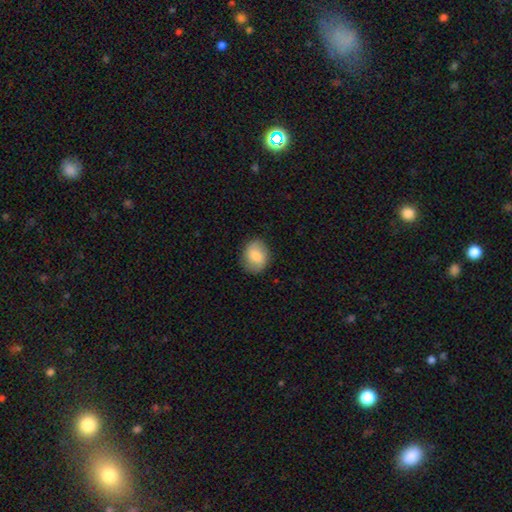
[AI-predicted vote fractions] This is likely a smooth galaxy (74%). How rounded: likely round (67%). Merging: clearly none (85%).